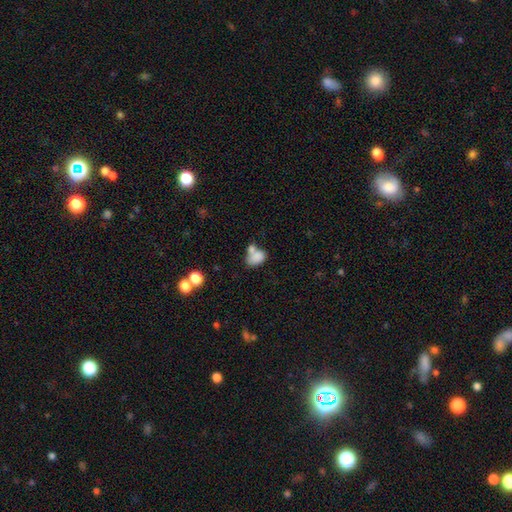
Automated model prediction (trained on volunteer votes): Smooth or featured? Predicted: smooth (p=0.78). How rounded? Predicted: in between (p=0.77). Merging? Predicted: merger (p=0.46).